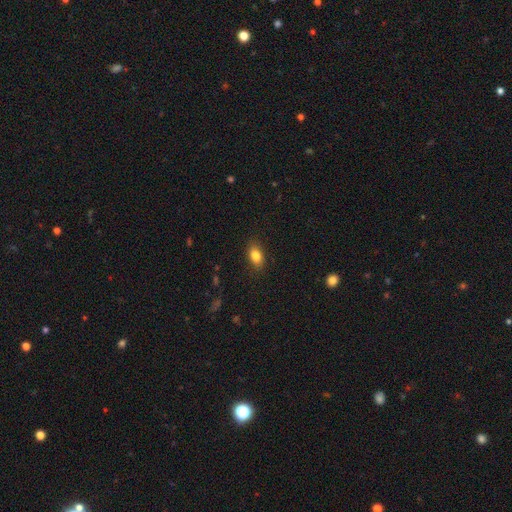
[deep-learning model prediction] The model was most divided on "how rounded": in between: 85%, round: 12%, cigar-shaped: 3%. More confident: merging — none (86%); smooth or featured — smooth (83%).